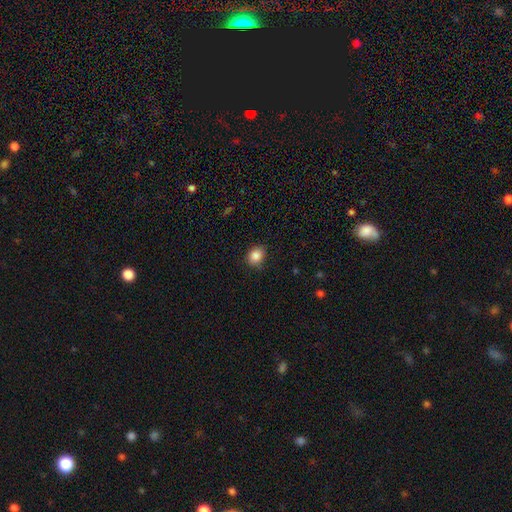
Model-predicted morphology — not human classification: A smooth galaxy with no disk features (86%) that is round (57%).

Vote fractions:
- Smooth or featured? smooth: 86% / star or artifact: 10% / featured or disk: 4%
- How rounded? round: 57% / in between: 42% / cigar-shaped: 1%
- Merging? none: 82% / minor disturbance: 15% / major disturbance: 3% / merger: 1%